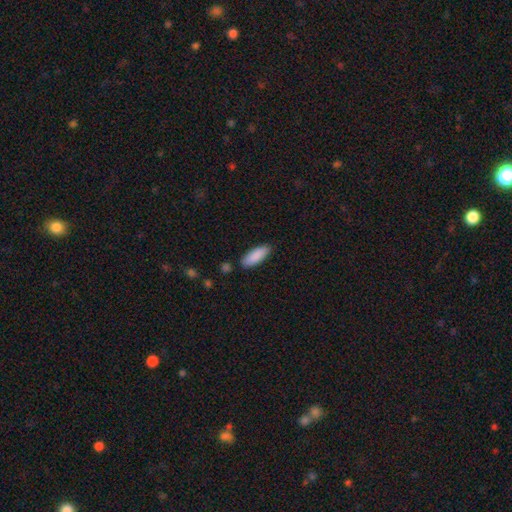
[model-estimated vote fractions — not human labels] Overall: smooth (89%). How rounded: in between (68%; cigar-shaped 31%). Merging: none (85%).